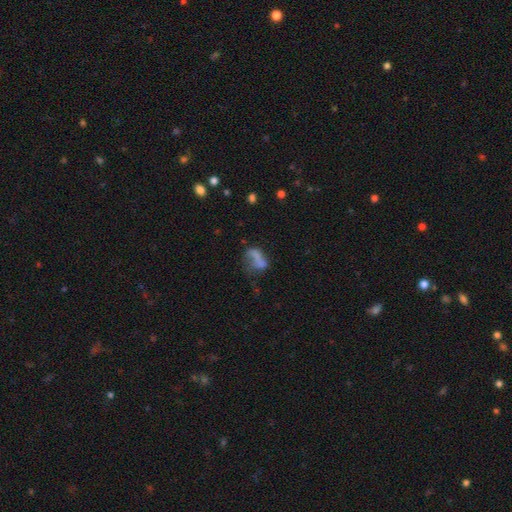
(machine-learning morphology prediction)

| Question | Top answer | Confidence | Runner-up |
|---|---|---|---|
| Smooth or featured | smooth | 57% | featured or disk (29%) |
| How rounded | in between | 77% | round (15%) |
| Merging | major disturbance | 35% | none (27%) |